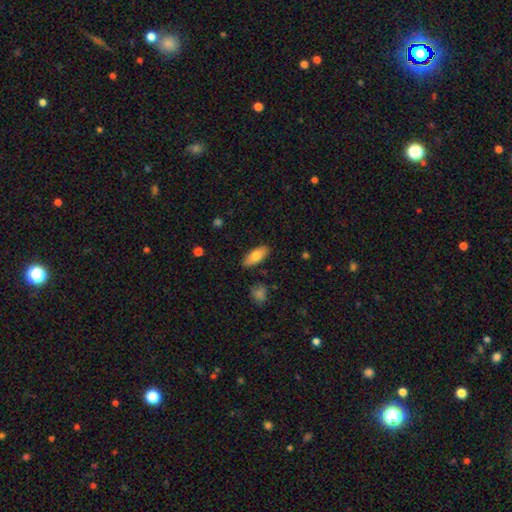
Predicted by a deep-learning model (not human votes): Q: Smooth or featured?
A: smooth (77%); runner-up: featured or disk (16%)
Q: How rounded?
A: in between (83%); runner-up: cigar-shaped (14%)
Q: Merging?
A: none (85%); runner-up: minor disturbance (11%)